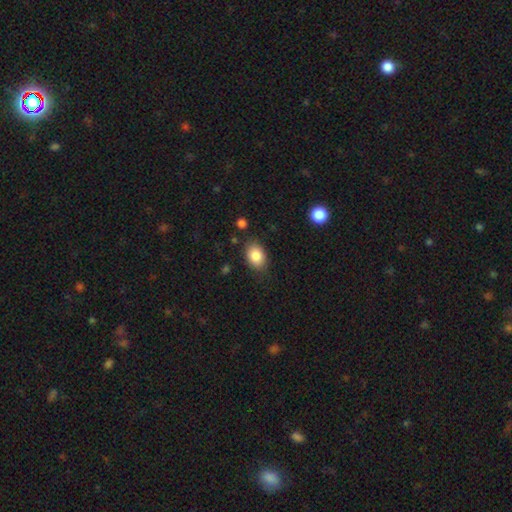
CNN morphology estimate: This is clearly a smooth galaxy (86%). How rounded: likely in between (80%). Merging: clearly none (80%).